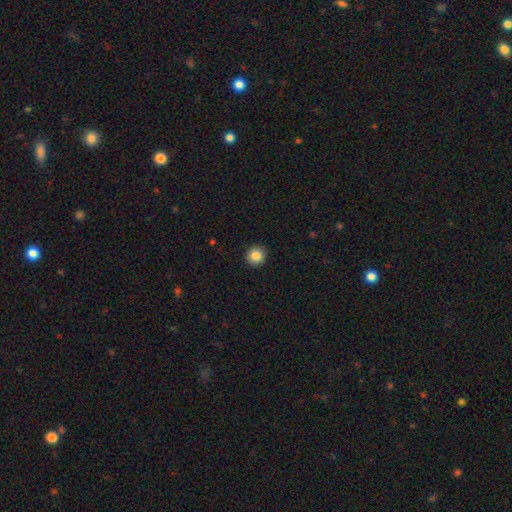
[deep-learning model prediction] The model was most divided on "smooth or featured": smooth: 85%, star or artifact: 10%, featured or disk: 5%. More confident: how rounded — round (94%); merging — none (93%).